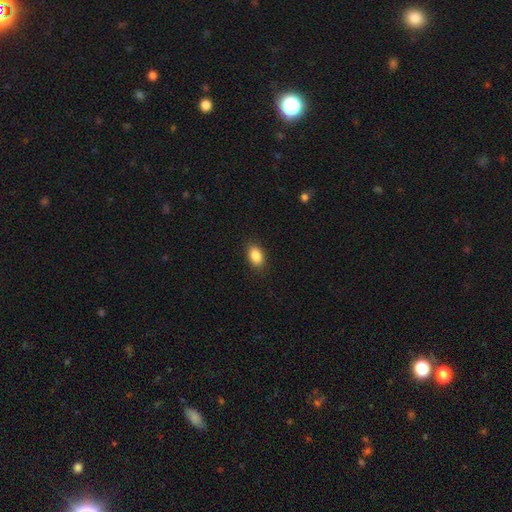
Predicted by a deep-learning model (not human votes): Smooth or featured? smooth (88%)
How rounded? in between (88%)
Merging? none (89%)